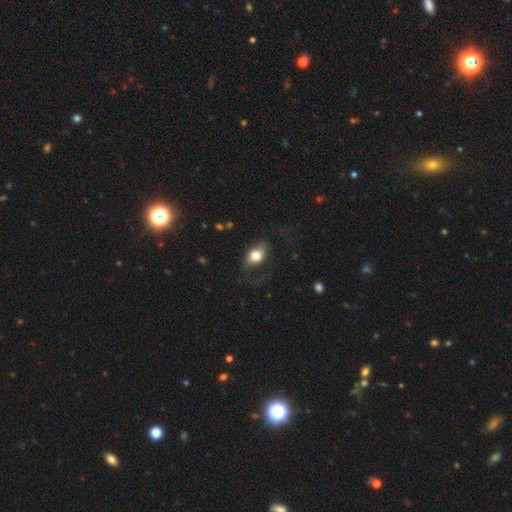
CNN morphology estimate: The model was most divided on "merging": none: 59%, minor disturbance: 22%, major disturbance: 18%, merger: 2%. More confident: how rounded — in between (86%); smooth or featured — smooth (74%).